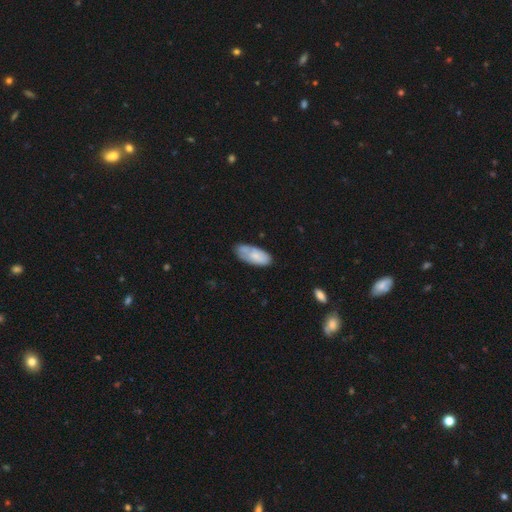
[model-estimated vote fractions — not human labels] A smooth galaxy with no disk features (70%) that is in between round and cigar-shaped (88%).

Vote fractions:
- Smooth or featured? smooth: 70% / featured or disk: 24% / star or artifact: 6%
- How rounded? in between: 88% / cigar-shaped: 10% / round: 2%
- Merging? none: 59% / minor disturbance: 28% / major disturbance: 7% / merger: 6%